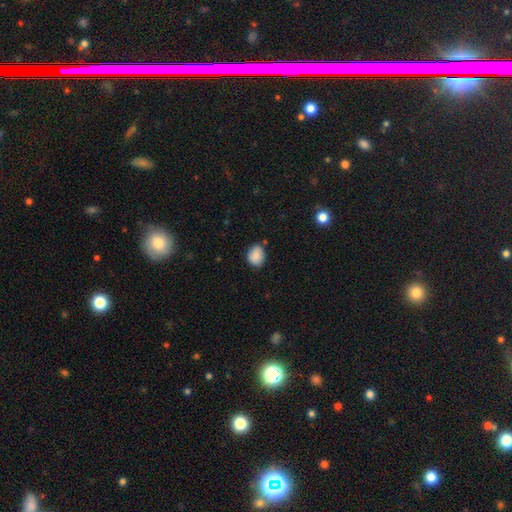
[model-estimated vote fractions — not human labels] smooth 83%, featured or disk 9%, star or artifact 8%. Down the decision tree: how rounded — round (51%); merging — none (76%).